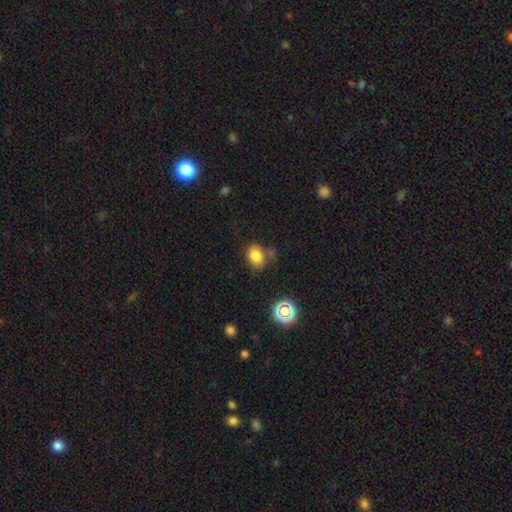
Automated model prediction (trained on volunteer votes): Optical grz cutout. It shows a smooth galaxy with no disk features (79%) that is in between round and cigar-shaped (60%). Merging: none (61%).